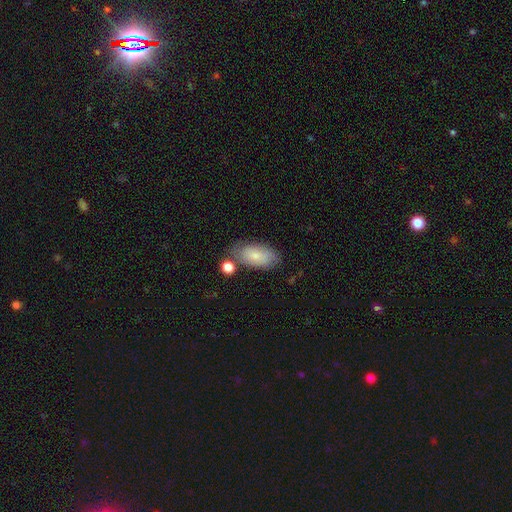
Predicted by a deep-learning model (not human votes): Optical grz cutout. It shows a smooth galaxy with no disk features (74%) that is in between round and cigar-shaped (92%). Merging: none (65%).